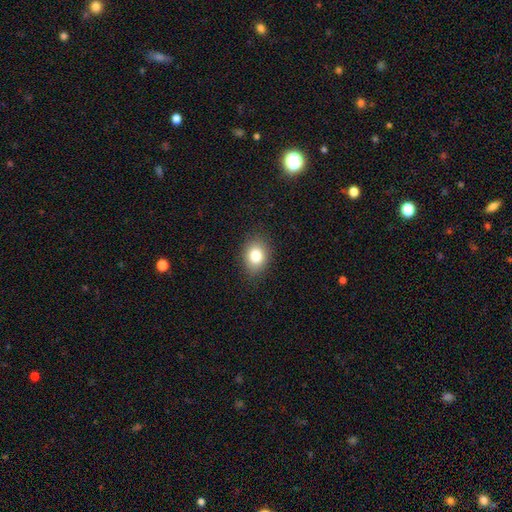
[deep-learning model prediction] A smooth galaxy with no disk features (82%) that is in between round and cigar-shaped (63%). Merging: none (86%).